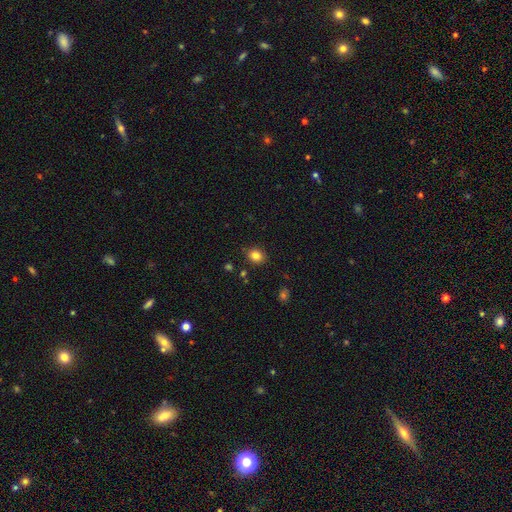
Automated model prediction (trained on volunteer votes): Smooth or featured: smooth — 83% (star or artifact — 11%)
How rounded: round — 65% (in between — 34%)
Merging: none — 87% (minor disturbance — 9%)